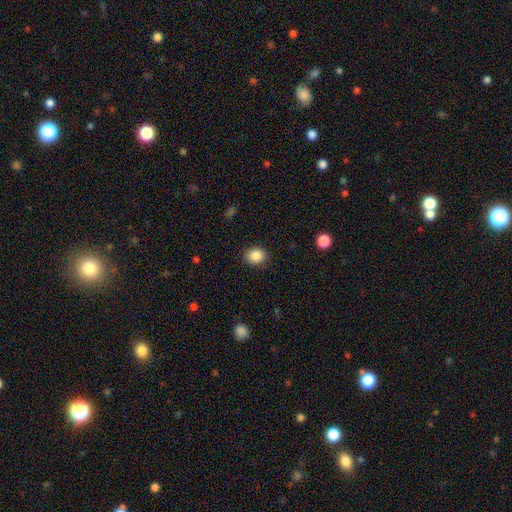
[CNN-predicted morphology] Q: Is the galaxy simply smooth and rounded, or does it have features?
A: smooth — 87%.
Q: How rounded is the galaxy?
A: round — 60%.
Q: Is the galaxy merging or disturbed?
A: none — 88%.